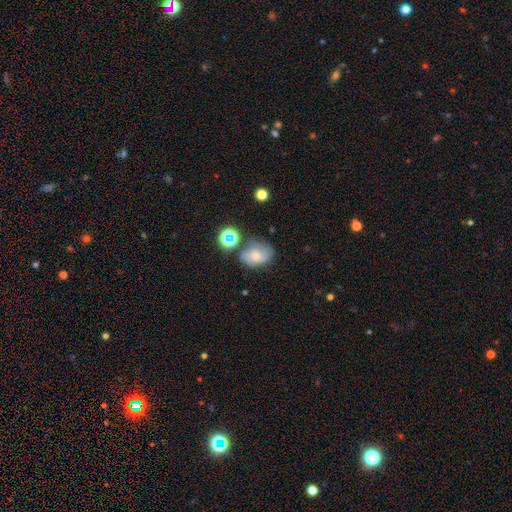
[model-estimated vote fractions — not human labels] smooth 45%, featured or disk 39%, star or artifact 16%. Down the decision tree: merging — none (52%).